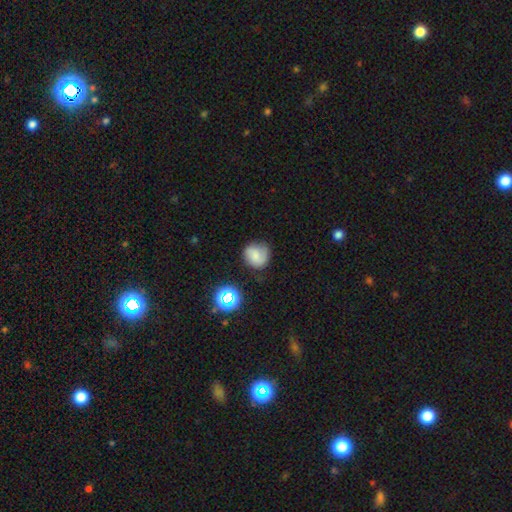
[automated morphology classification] This is possibly a smooth galaxy (58%). How rounded: likely round (77%). Merging: likely none (62%).